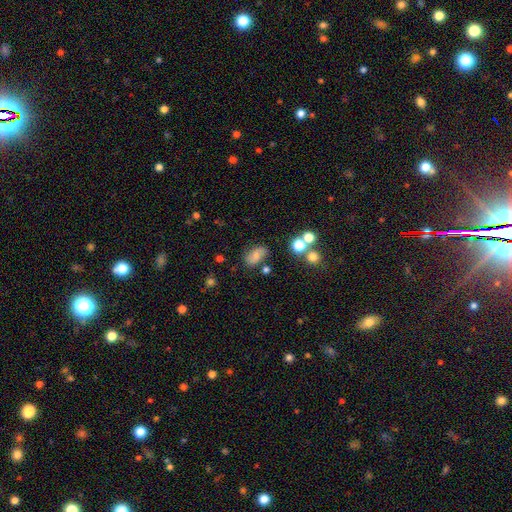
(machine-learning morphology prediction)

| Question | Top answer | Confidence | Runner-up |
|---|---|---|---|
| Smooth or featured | smooth | 47% | featured or disk (40%) |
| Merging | none | 69% | minor disturbance (19%) |